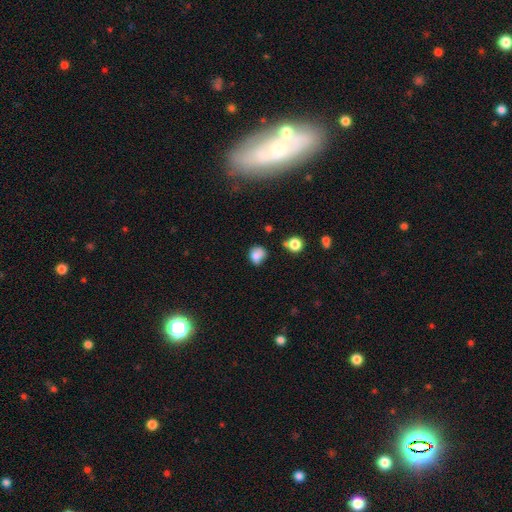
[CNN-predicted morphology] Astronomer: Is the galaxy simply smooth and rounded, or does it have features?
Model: smooth — 78%.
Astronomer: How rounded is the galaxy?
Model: round — 67%.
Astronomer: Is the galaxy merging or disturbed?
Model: none — 48% (runner-up: minor disturbance, 33%).